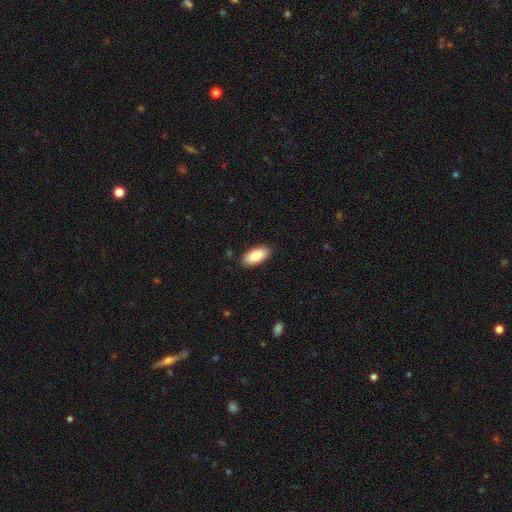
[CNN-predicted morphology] Smooth or featured? Predicted: smooth (p=0.88). How rounded? Predicted: in between (p=0.91). Merging? Predicted: none (p=0.88).